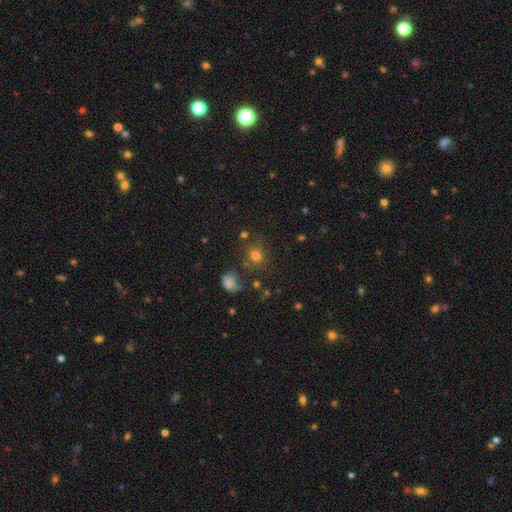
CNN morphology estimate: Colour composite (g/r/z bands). It shows a smooth galaxy with no disk features (72%) that is round (76%). Merging: none (73%).